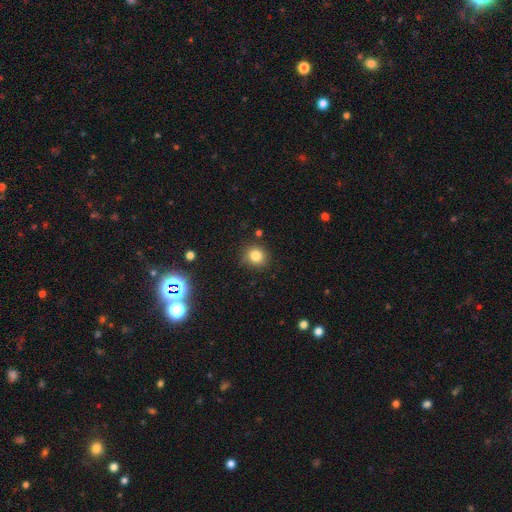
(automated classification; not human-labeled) This appears to be a smooth galaxy with no disk features (81%) that is round (86%). Merging: none (84%).